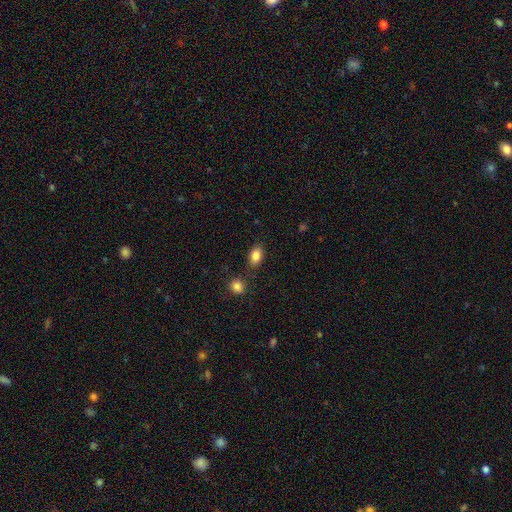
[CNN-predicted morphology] A smooth galaxy with no disk features (86%) that is in between round and cigar-shaped (88%).

Vote fractions:
- Smooth or featured? smooth: 86% / star or artifact: 8% / featured or disk: 6%
- How rounded? in between: 88% / round: 10% / cigar-shaped: 2%
- Merging? none: 80% / minor disturbance: 11% / merger: 6% / major disturbance: 3%